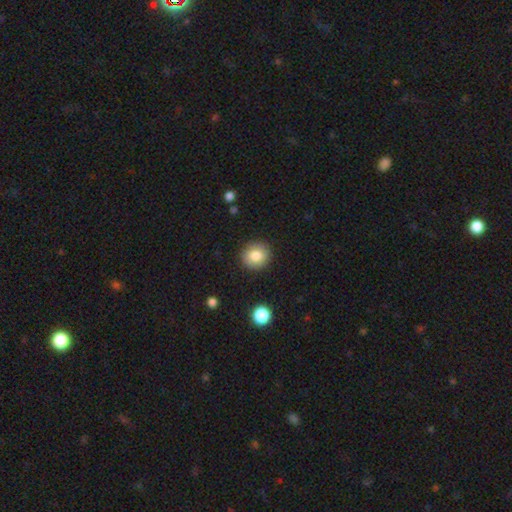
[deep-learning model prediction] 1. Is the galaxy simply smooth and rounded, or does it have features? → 83% smooth, 9% star or artifact, 8% featured or disk.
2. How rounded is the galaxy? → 86% round, 13% in between, 1% cigar-shaped.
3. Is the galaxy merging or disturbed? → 89% none, 7% minor disturbance, 2% major disturbance, 1% merger.